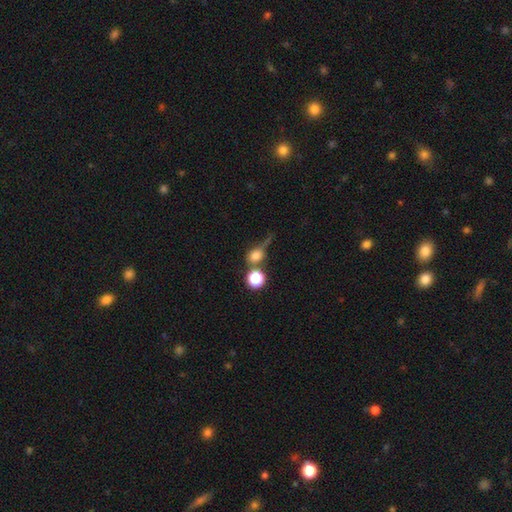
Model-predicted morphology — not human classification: Smooth or featured: smooth — 70% (star or artifact — 17%)
How rounded: round — 66% (in between — 30%)
Merging: none — 39% (merger — 24%)